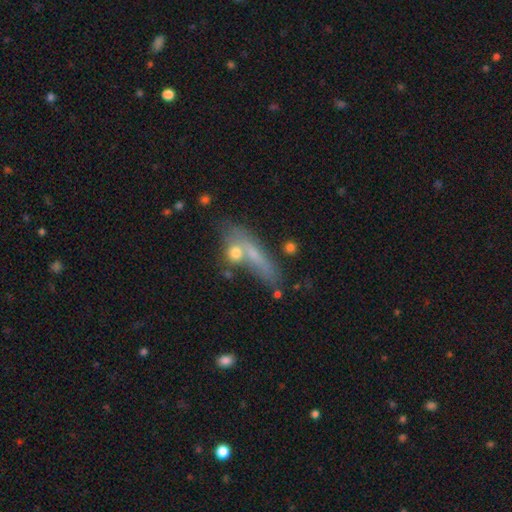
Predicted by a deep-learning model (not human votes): Smooth or featured? Predicted: smooth (p=0.54). How rounded? Predicted: cigar-shaped (p=0.60). Merging? Predicted: none (p=0.43).